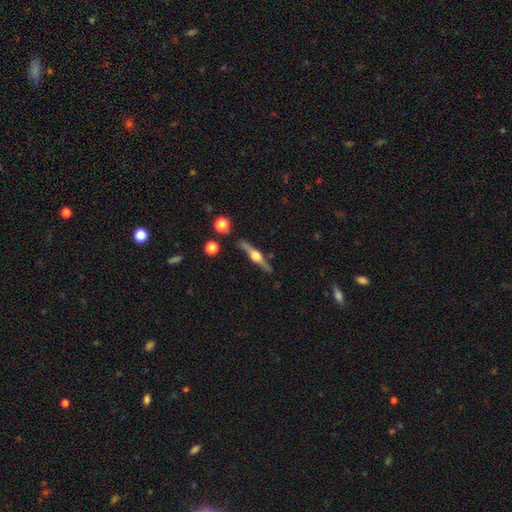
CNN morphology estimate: A featured or disk galaxy (79%) viewed edge-on (98%) with a rounded central bulge (95%).

Vote fractions:
- Smooth or featured? featured or disk: 79% / smooth: 15% / star or artifact: 5%
- Edge-on disk? yes: 98% / no: 2%
- Edge-on bulge? rounded: 95% / boxy: 4% / none: 2%
- Merging? none: 86% / minor disturbance: 9% / merger: 3% / major disturbance: 2%